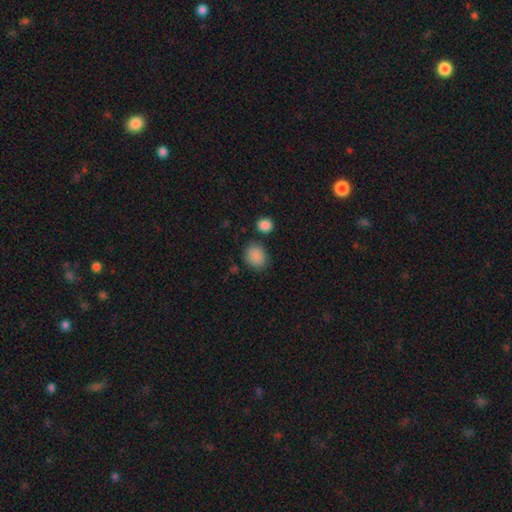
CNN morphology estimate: type=smooth (88%); roundness=round (57%); merging=none (78%).